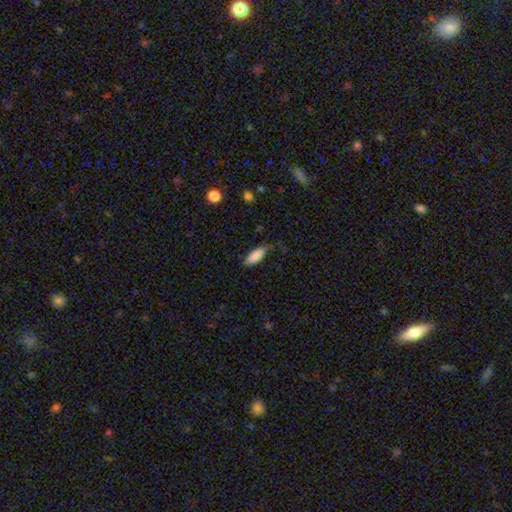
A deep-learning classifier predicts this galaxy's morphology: This appears to be a smooth galaxy with no disk features (86%) that is in between round and cigar-shaped (70%). Merging: none (62%).